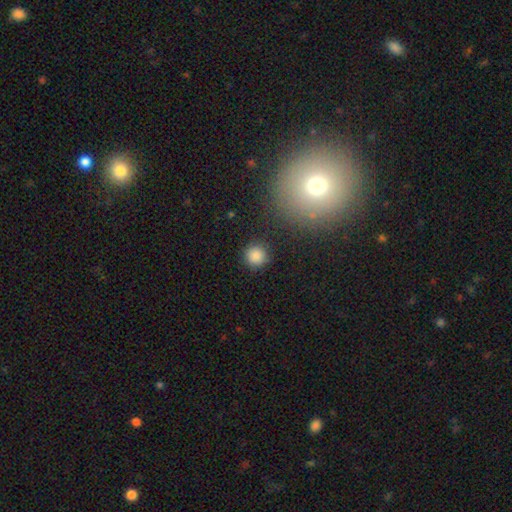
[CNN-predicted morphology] A smooth galaxy with no disk features (85%) that is round (94%). Merging: none (88%).